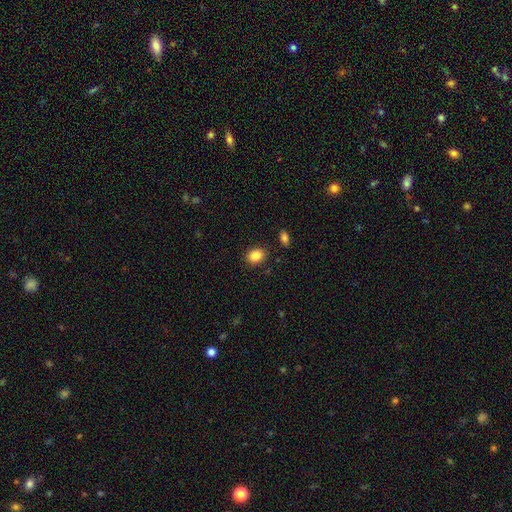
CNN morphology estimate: This is clearly a smooth galaxy (85%). How rounded: possibly in between (60%). Merging: clearly none (87%).